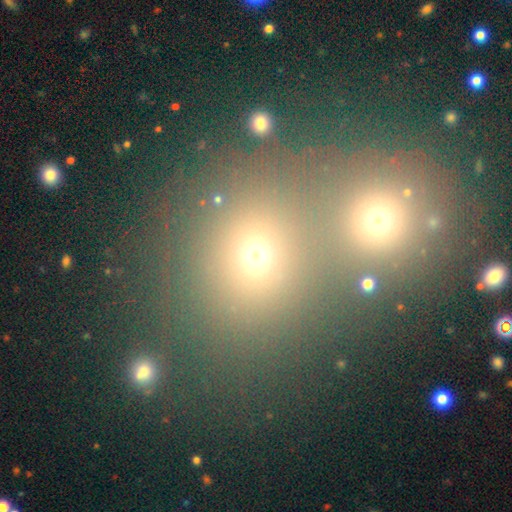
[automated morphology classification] A smooth galaxy with no disk features (70%) that is round (75%). Merging: none (45%).